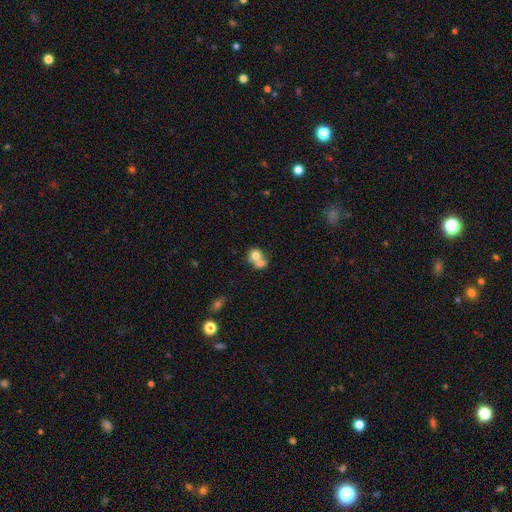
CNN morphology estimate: Smooth or featured: smooth — 70% (featured or disk — 21%)
How rounded: round — 70% (in between — 29%)
Merging: merger — 66% (none — 24%)